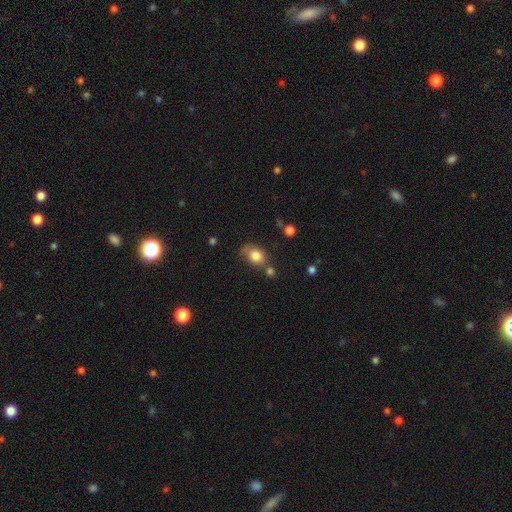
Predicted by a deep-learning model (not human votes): Smooth or featured? Predicted: smooth (p=0.81). How rounded? Predicted: in between (p=0.56). Merging? Predicted: none (p=0.52).